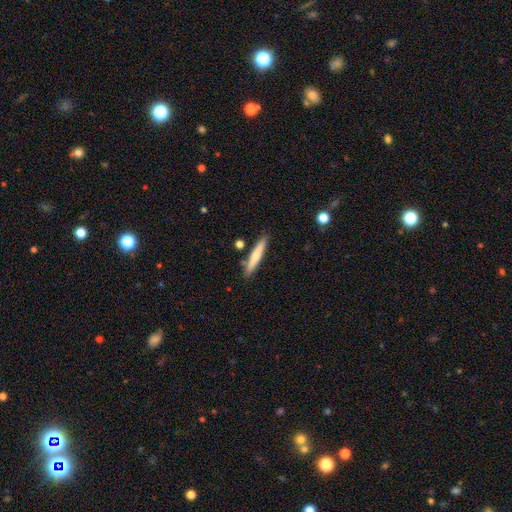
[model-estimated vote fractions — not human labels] smooth_or_featured: smooth (p=0.66) [alt: featured or disk p=0.28]
how_rounded: cigar-shaped (p=0.92) [alt: in between p=0.06]
merging: none (p=0.85) [alt: minor disturbance p=0.09]